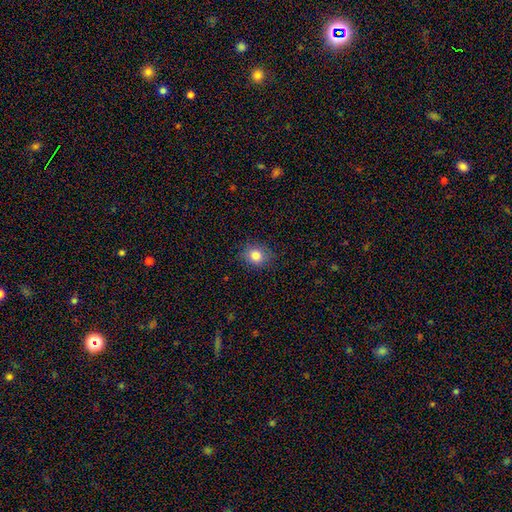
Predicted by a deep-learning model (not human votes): smooth-or-featured: smooth: 82% | star or artifact: 11% | featured or disk: 7%
  how-rounded: round: 72% | in between: 27% | cigar-shaped: 1%
  merging: none: 85% | minor disturbance: 12% | major disturbance: 3% | merger: 1%